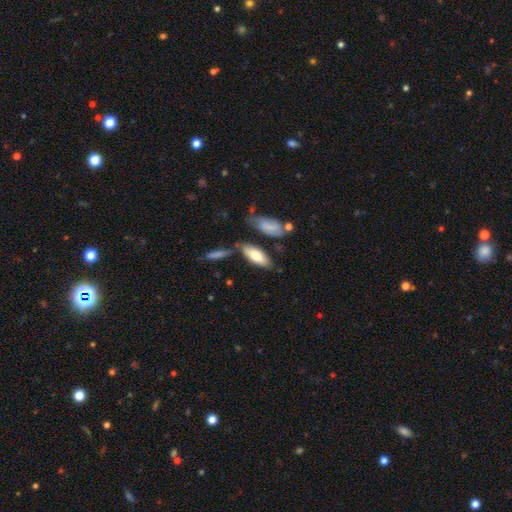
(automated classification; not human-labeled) Smooth or featured?
  - smooth: 75% *
  - featured or disk: 19%
  - star or artifact: 6%
How rounded?
  - in between: 78% *
  - cigar-shaped: 20%
  - round: 2%
Merging?
  - none: 64% *
  - minor disturbance: 19%
  - merger: 12%
  - major disturbance: 6%